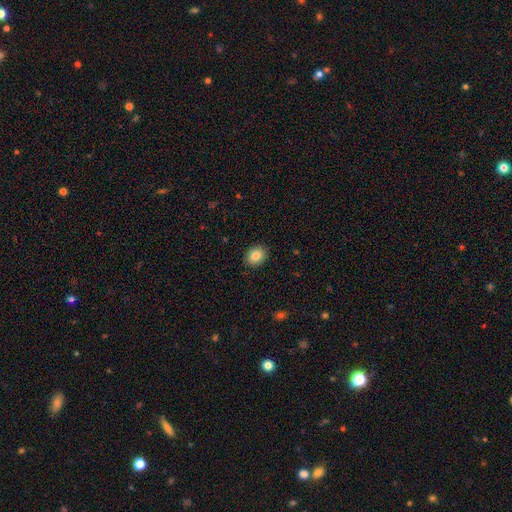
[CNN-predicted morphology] Smooth or featured? smooth (85%)
How rounded? round (52%)
Merging? none (89%)